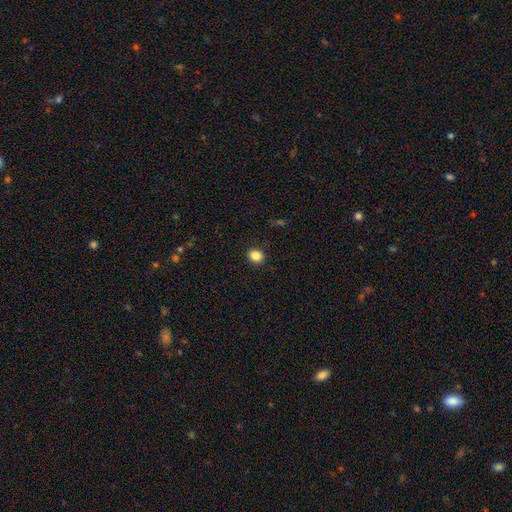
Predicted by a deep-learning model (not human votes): smooth_or_featured: smooth (p=0.86) [alt: star or artifact p=0.10]
how_rounded: round (p=0.68) [alt: in between p=0.31]
merging: none (p=0.91) [alt: minor disturbance p=0.06]